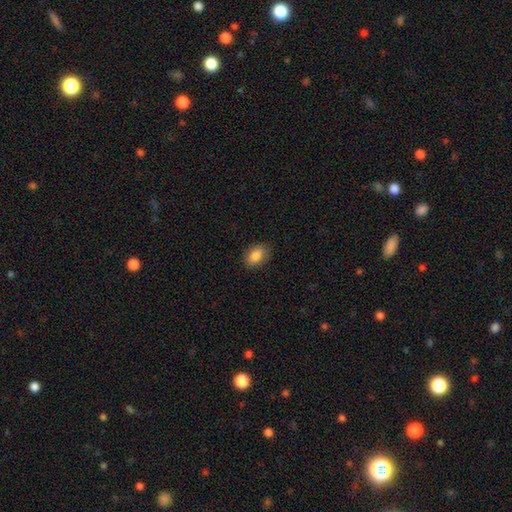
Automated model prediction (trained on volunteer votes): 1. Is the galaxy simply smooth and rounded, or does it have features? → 86% smooth, 8% star or artifact, 6% featured or disk.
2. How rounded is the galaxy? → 85% in between, 14% round, 2% cigar-shaped.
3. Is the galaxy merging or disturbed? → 87% none, 10% minor disturbance, 2% major disturbance, 1% merger.